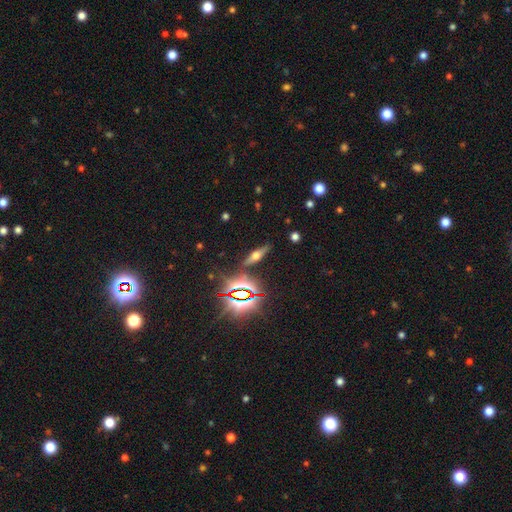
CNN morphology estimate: smooth-or-featured: featured or disk: 44% | smooth: 31% | star or artifact: 25%
  merging: none: 84% | minor disturbance: 10% | major disturbance: 3% | merger: 3%